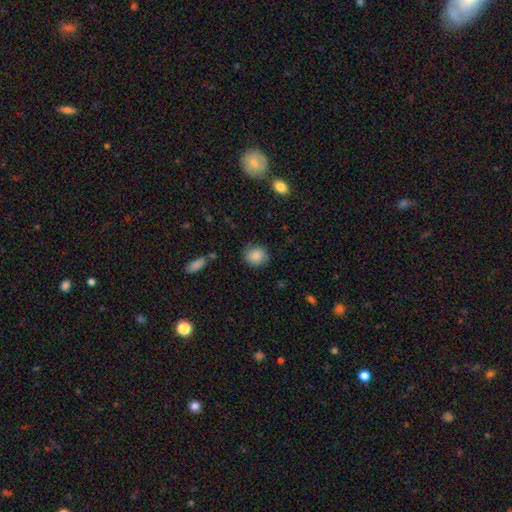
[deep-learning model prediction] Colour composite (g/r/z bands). It shows a smooth galaxy with no disk features (87%) that is round (82%). Merging: none (85%).